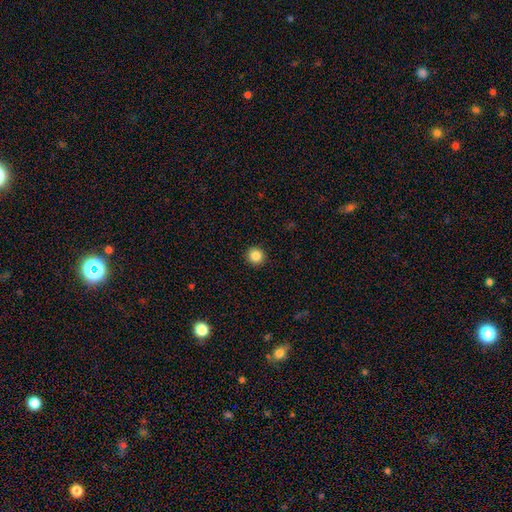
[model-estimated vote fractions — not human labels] Smooth or featured: smooth — 86% (star or artifact — 10%)
How rounded: round — 94% (in between — 5%)
Merging: none — 93% (minor disturbance — 4%)